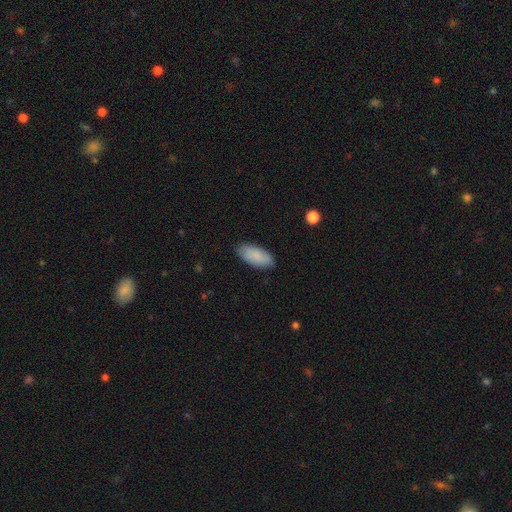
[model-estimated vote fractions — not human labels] A smooth galaxy with no disk features (86%) that is in between round and cigar-shaped (89%).

Vote fractions:
- Smooth or featured? smooth: 86% / featured or disk: 8% / star or artifact: 6%
- How rounded? in between: 89% / cigar-shaped: 9% / round: 2%
- Merging? none: 85% / minor disturbance: 12% / major disturbance: 2% / merger: 1%